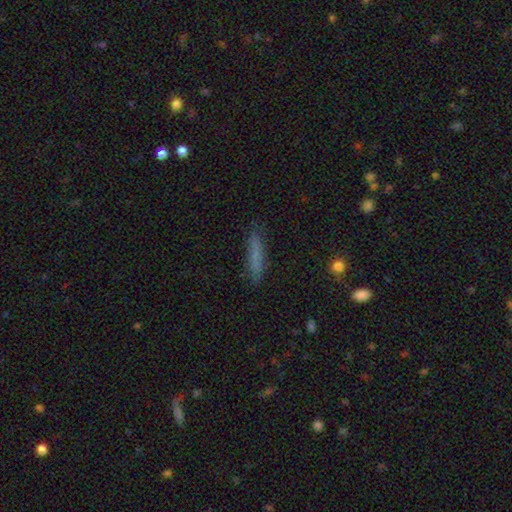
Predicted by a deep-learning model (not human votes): The model was most divided on "smooth or featured": smooth: 73%, featured or disk: 18%, star or artifact: 9%. More confident: how rounded — cigar-shaped (88%); merging — none (85%).